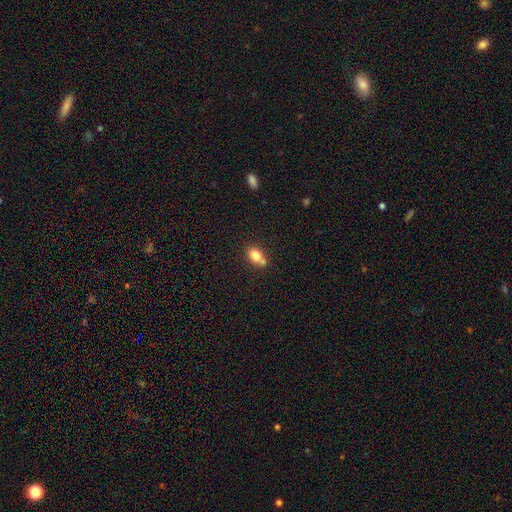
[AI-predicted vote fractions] This is likely a smooth galaxy (78%). How rounded: likely in between (74%). Merging: possibly none (52%).